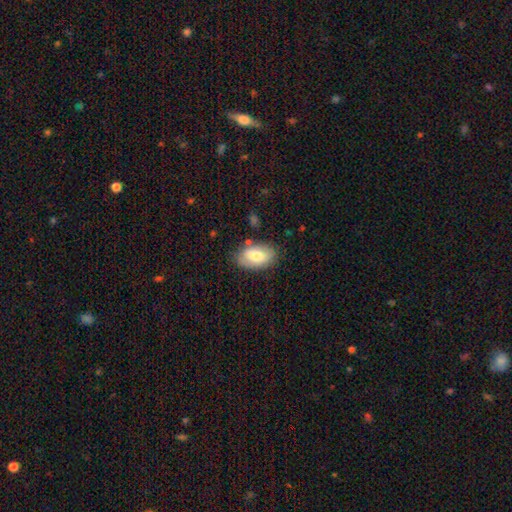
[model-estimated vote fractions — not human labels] smooth-or-featured: smooth: 71% | featured or disk: 22% | star or artifact: 6%
  how-rounded: in between: 93% | round: 5% | cigar-shaped: 2%
  merging: none: 77% | minor disturbance: 16% | major disturbance: 4% | merger: 3%